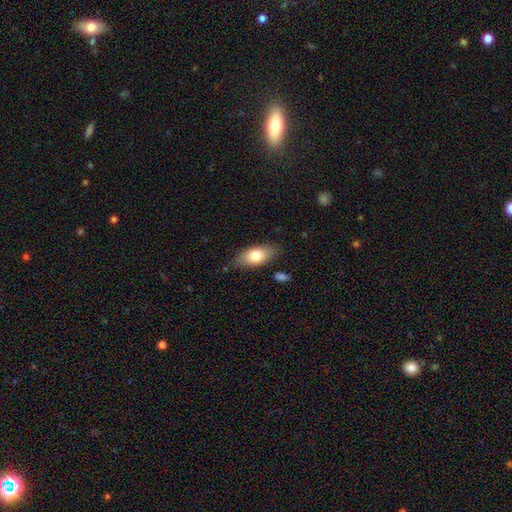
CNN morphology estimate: smooth-or-featured: smooth: 76% | featured or disk: 18% | star or artifact: 6%
  how-rounded: in between: 86% | cigar-shaped: 10% | round: 4%
  merging: none: 80% | minor disturbance: 14% | major disturbance: 3% | merger: 3%